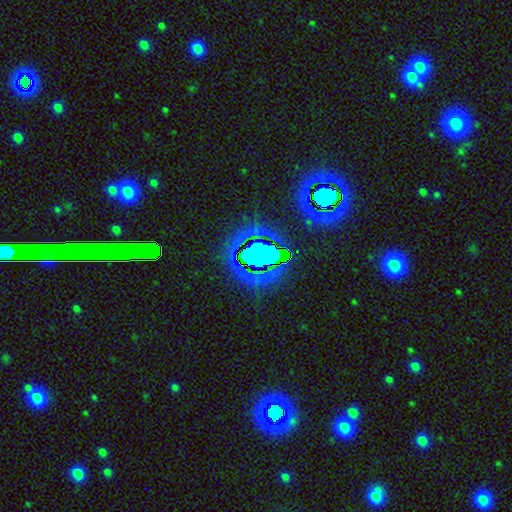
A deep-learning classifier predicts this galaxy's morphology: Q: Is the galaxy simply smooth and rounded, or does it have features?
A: star or artifact — 61%.